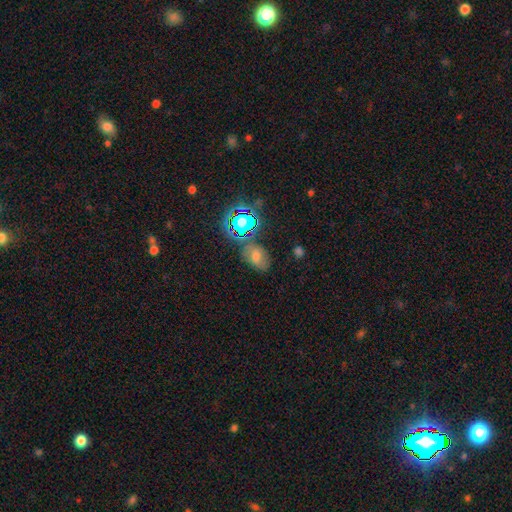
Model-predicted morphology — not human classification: smooth-or-featured: star or artifact: 41% | smooth: 36% | featured or disk: 23%